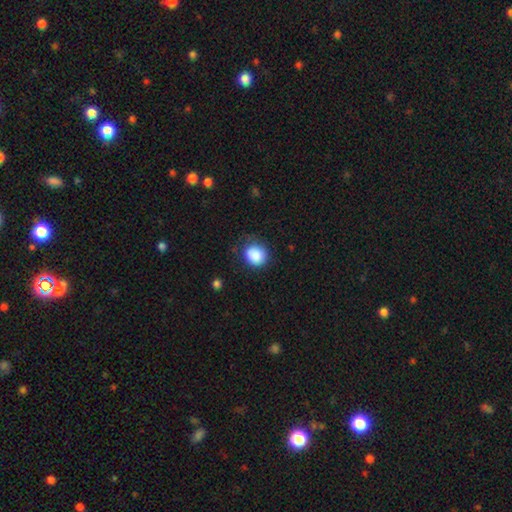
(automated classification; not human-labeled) Morphology: type=smooth (87%); roundness=round (73%); merging=none (73%).